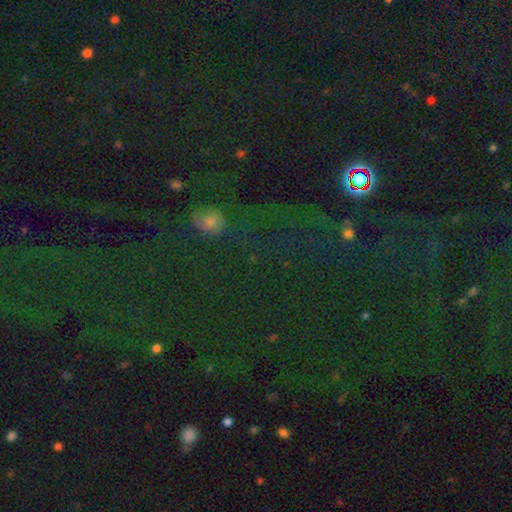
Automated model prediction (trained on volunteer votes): star or artifact 68%, smooth 22%, featured or disk 9%.